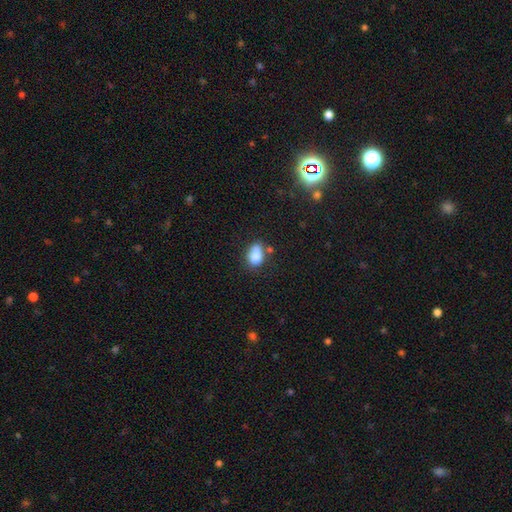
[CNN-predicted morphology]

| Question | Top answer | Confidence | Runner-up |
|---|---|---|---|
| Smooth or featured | smooth | 83% | star or artifact (9%) |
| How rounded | in between | 82% | round (16%) |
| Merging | none | 52% | minor disturbance (26%) |